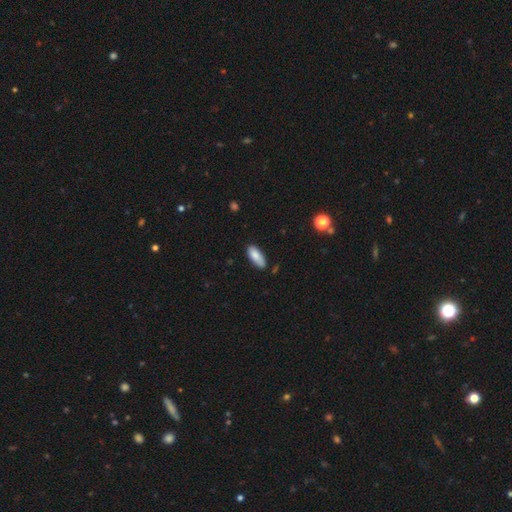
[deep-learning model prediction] smooth_or_featured: smooth (p=0.84) [alt: featured or disk p=0.10]
how_rounded: in between (p=0.80) [alt: cigar-shaped p=0.18]
merging: none (p=0.72) [alt: minor disturbance p=0.22]